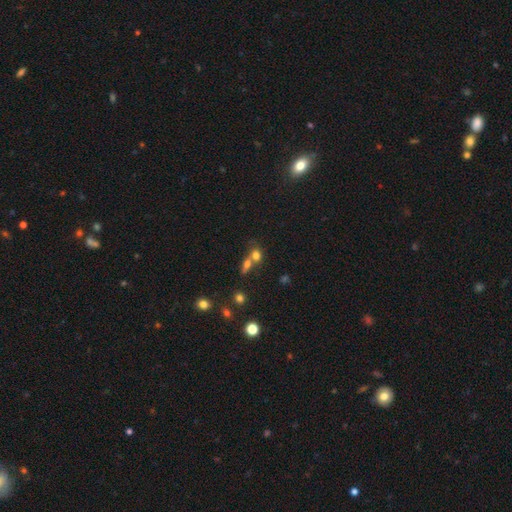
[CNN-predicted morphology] Smooth or featured?
  - smooth: 70% *
  - star or artifact: 16%
  - featured or disk: 14%
How rounded?
  - round: 62% *
  - in between: 34%
  - cigar-shaped: 4%
Merging?
  - merger: 58% *
  - none: 30%
  - minor disturbance: 7%
  - major disturbance: 4%